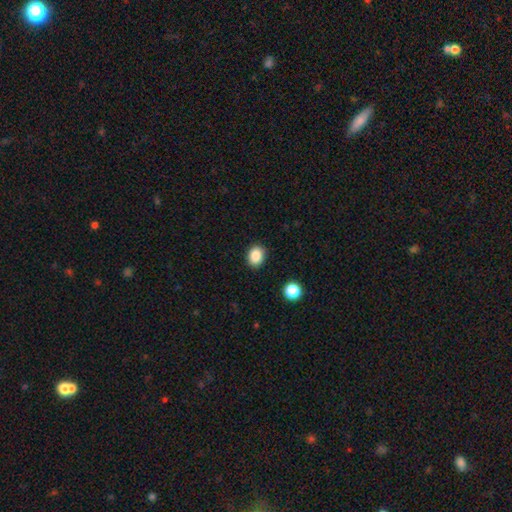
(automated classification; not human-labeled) smooth_or_featured: smooth (p=0.87) [alt: star or artifact p=0.10]
how_rounded: in between (p=0.52) [alt: round p=0.47]
merging: none (p=0.88) [alt: minor disturbance p=0.08]